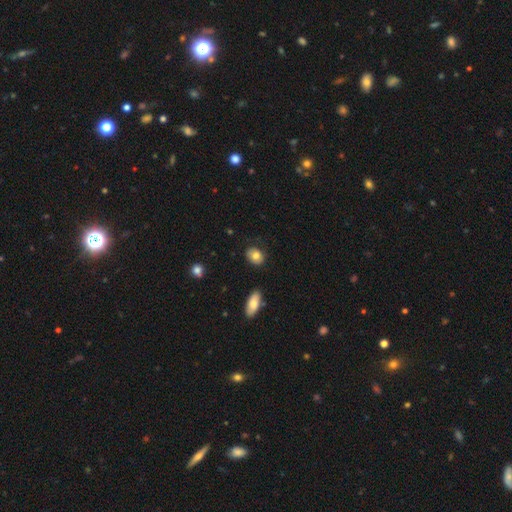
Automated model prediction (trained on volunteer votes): Smooth or featured?
  - smooth: 79% *
  - featured or disk: 13%
  - star or artifact: 8%
How rounded?
  - in between: 53% *
  - round: 46%
  - cigar-shaped: 1%
Merging?
  - none: 79% *
  - minor disturbance: 15%
  - major disturbance: 4%
  - merger: 2%